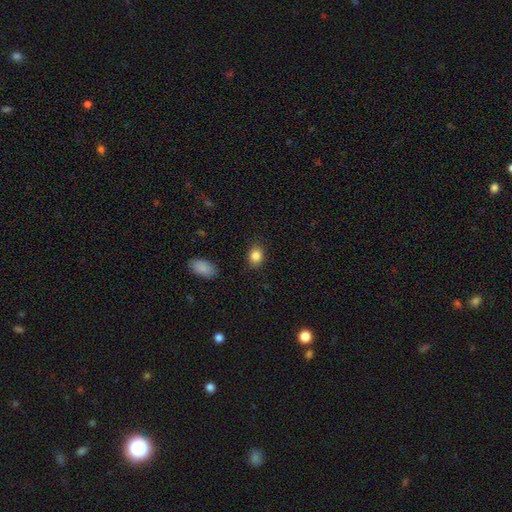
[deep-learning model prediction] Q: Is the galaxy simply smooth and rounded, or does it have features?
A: smooth — 85%.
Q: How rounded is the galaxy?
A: in between — 60%.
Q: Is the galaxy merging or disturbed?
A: none — 86%.